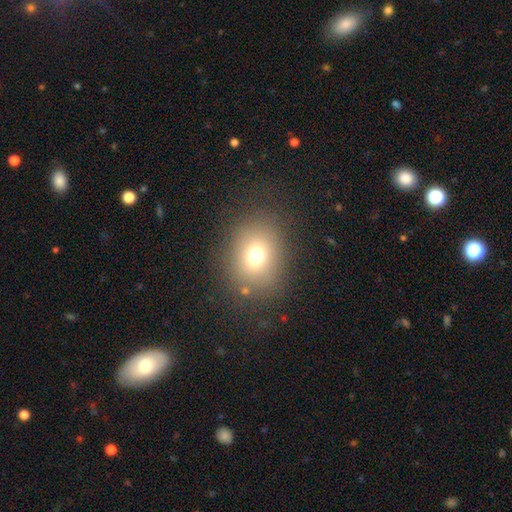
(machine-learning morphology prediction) smooth 71%, star or artifact 16%, featured or disk 12%. Down the decision tree: how rounded — round (56%); merging — none (81%).